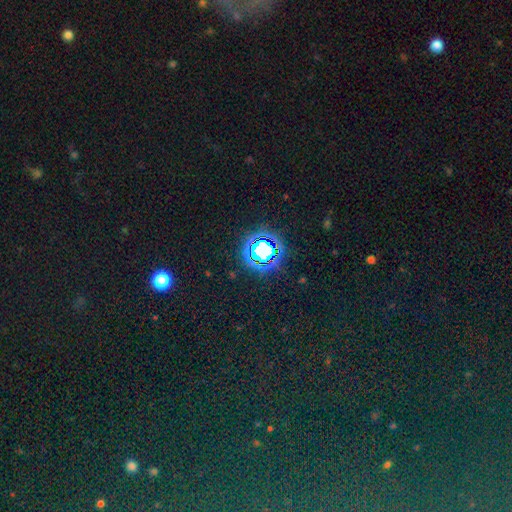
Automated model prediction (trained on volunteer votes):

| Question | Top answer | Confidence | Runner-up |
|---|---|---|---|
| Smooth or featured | star or artifact | 76% | smooth (16%) |